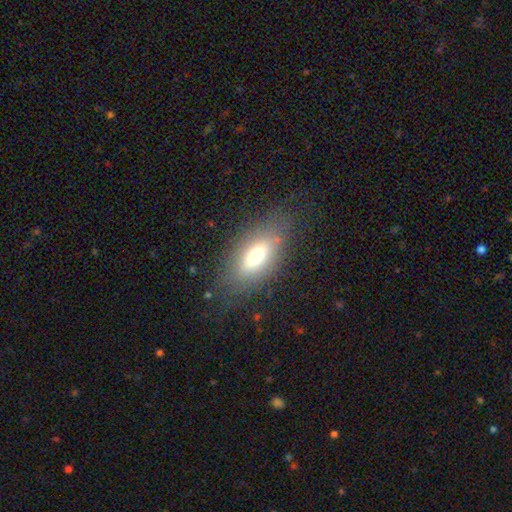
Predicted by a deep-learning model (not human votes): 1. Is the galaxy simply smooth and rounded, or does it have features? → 66% smooth, 25% featured or disk, 9% star or artifact.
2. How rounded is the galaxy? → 81% in between, 16% cigar-shaped, 3% round.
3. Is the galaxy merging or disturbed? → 74% none, 17% minor disturbance, 8% major disturbance, 1% merger.